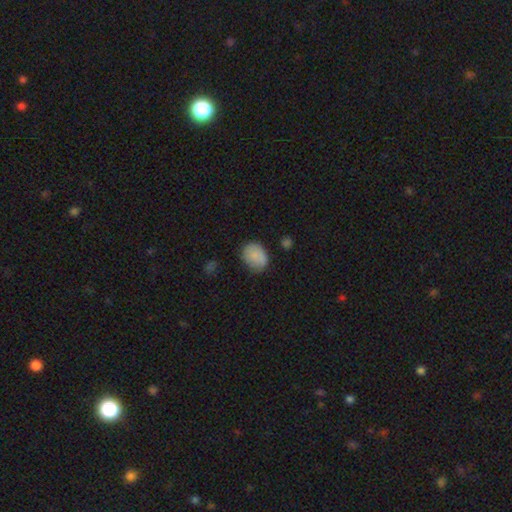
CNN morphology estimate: smooth-or-featured: smooth: 84% | star or artifact: 8% | featured or disk: 8%
  how-rounded: in between: 59% | round: 40% | cigar-shaped: 1%
  merging: none: 72% | minor disturbance: 22% | major disturbance: 5% | merger: 2%